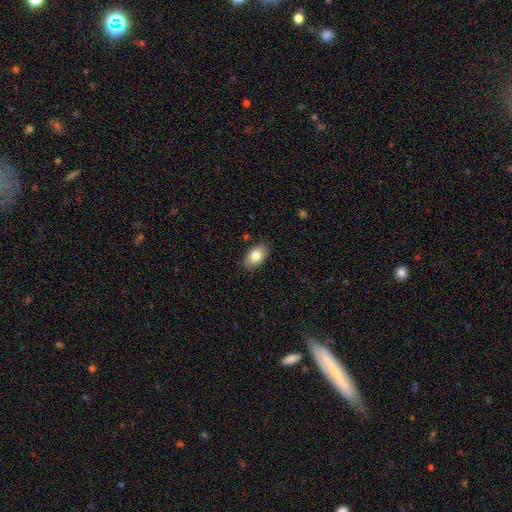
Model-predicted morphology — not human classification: A smooth galaxy with no disk features (82%) that is in between round and cigar-shaped (91%).

Vote fractions:
- Smooth or featured? smooth: 82% / featured or disk: 11% / star or artifact: 7%
- How rounded? in between: 91% / round: 8% / cigar-shaped: 1%
- Merging? none: 86% / minor disturbance: 11% / major disturbance: 2% / merger: 1%